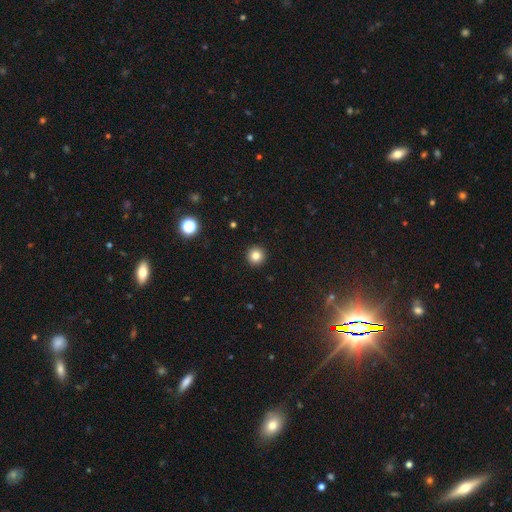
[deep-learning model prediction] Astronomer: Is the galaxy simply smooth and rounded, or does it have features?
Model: smooth — 83%.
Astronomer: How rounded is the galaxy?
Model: round — 96%.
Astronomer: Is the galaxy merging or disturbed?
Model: none — 93%.